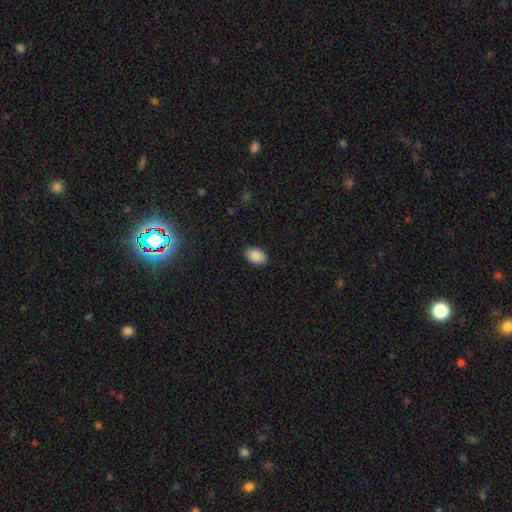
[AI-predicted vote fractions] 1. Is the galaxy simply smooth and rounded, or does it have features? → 89% smooth, 7% star or artifact, 3% featured or disk.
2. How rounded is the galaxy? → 91% in between, 8% round, 1% cigar-shaped.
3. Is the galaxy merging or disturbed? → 88% none, 9% minor disturbance, 2% major disturbance, 1% merger.